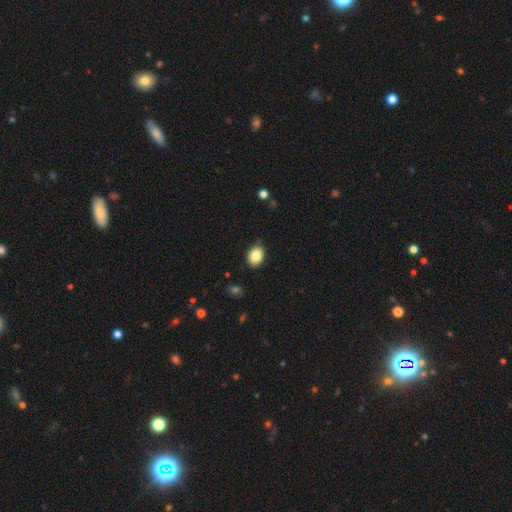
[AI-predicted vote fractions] Morphology: type=smooth (85%); roundness=in between (72%); merging=none (80%).